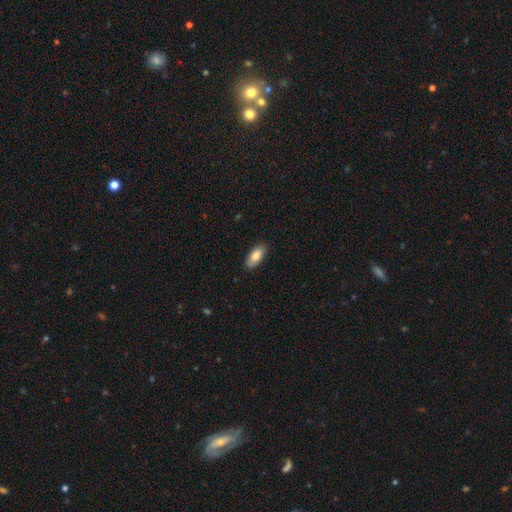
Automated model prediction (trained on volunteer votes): smooth 80%, featured or disk 13%, star or artifact 6%. Down the decision tree: how rounded — in between (89%); merging — none (85%).